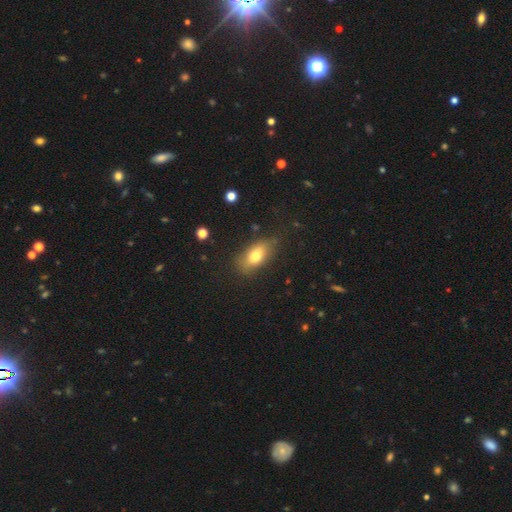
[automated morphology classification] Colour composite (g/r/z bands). It shows a smooth galaxy with no disk features (73%) that is in between round and cigar-shaped (84%). Merging: none (72%).